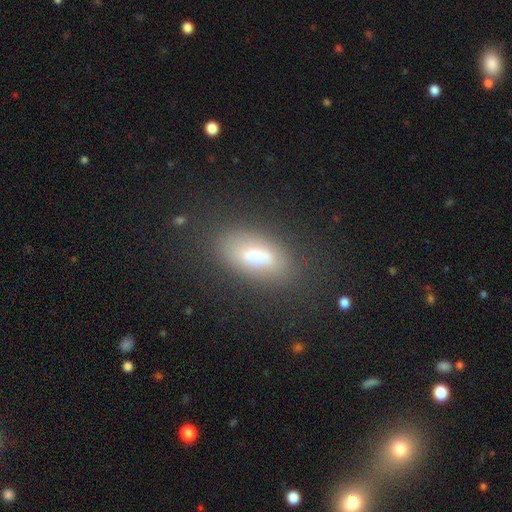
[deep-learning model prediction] Q: Smooth or featured?
A: smooth (67%); runner-up: featured or disk (23%)
Q: How rounded?
A: in between (85%); runner-up: cigar-shaped (11%)
Q: Merging?
A: none (69%); runner-up: minor disturbance (18%)